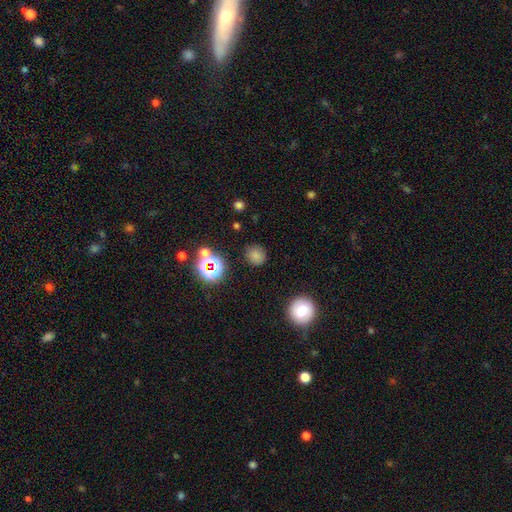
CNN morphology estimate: type=smooth (74%); roundness=round (85%); merging=none (84%).